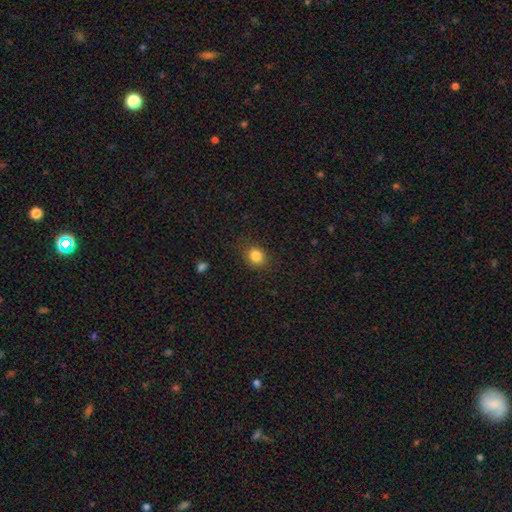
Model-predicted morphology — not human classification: Smooth or featured?
  - smooth: 84% *
  - star or artifact: 11%
  - featured or disk: 5%
How rounded?
  - round: 70% *
  - in between: 30%
  - cigar-shaped: 1%
Merging?
  - none: 85% *
  - minor disturbance: 11%
  - major disturbance: 3%
  - merger: 1%